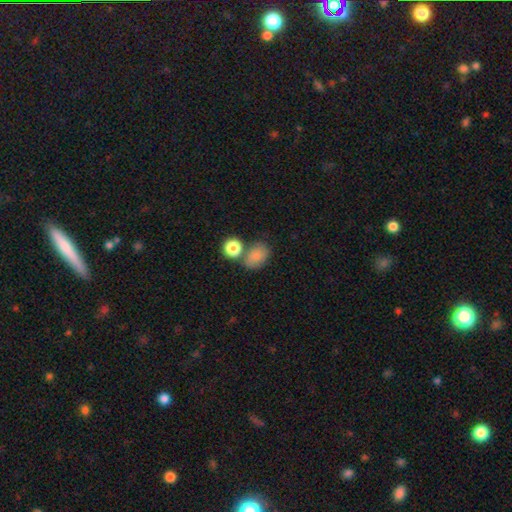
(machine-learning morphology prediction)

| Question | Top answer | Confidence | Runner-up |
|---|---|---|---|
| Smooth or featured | smooth | 81% | star or artifact (11%) |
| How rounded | in between | 69% | round (29%) |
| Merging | none | 56% | merger (21%) |